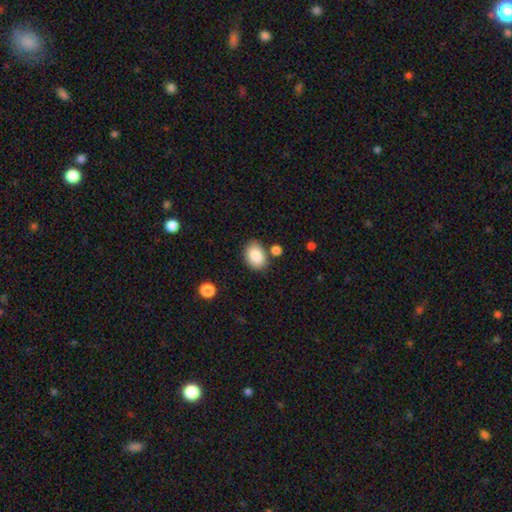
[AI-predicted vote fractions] Smooth or featured: smooth — 86% (star or artifact — 7%)
How rounded: in between — 77% (round — 22%)
Merging: none — 77% (minor disturbance — 13%)